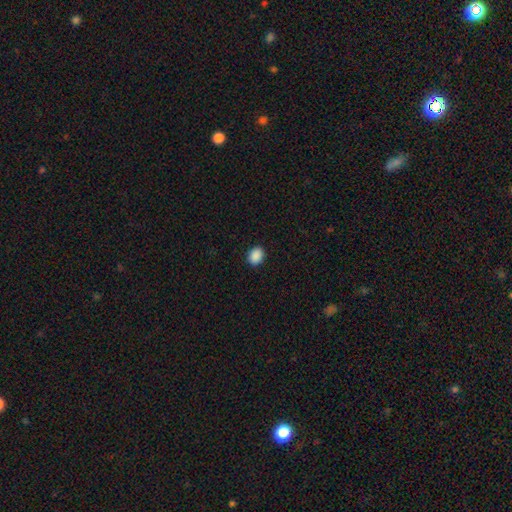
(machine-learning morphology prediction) Smooth or featured? Predicted: smooth (p=0.90). How rounded? Predicted: in between (p=0.60). Merging? Predicted: none (p=0.90).